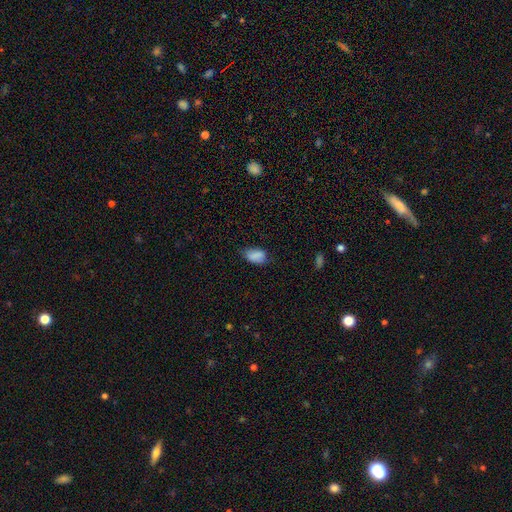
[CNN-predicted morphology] Smooth or featured? smooth (83%)
How rounded? in between (90%)
Merging? none (60%)